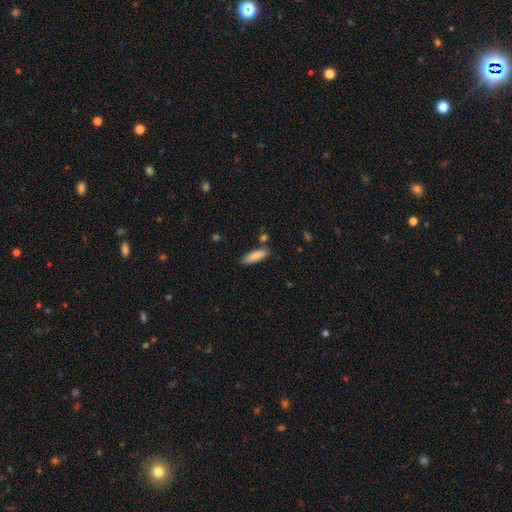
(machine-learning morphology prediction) type=smooth (85%); roundness=cigar-shaped (56%); merging=none (80%).